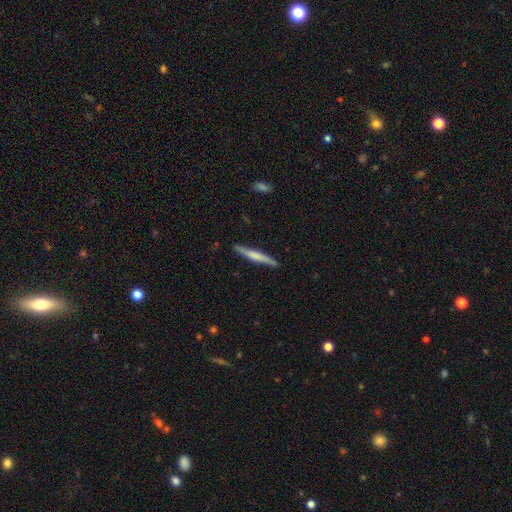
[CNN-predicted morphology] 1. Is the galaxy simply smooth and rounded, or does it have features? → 50% smooth, 45% featured or disk, 5% star or artifact.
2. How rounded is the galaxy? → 95% cigar-shaped, 4% in between, 1% round.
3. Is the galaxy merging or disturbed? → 87% none, 10% minor disturbance, 2% major disturbance, 1% merger.